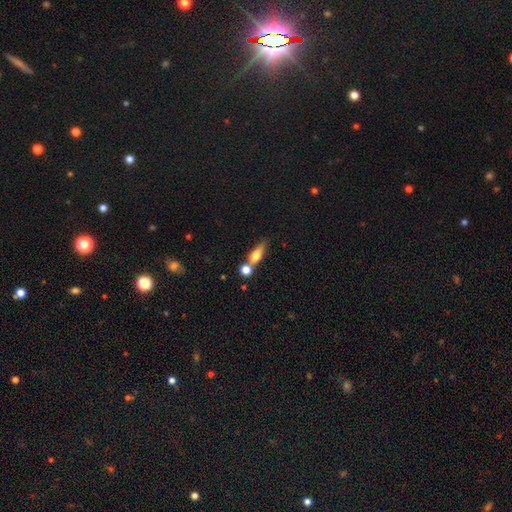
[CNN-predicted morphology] This is likely a smooth galaxy (63%). How rounded: possibly in between (52%). Merging: possibly none (47%).